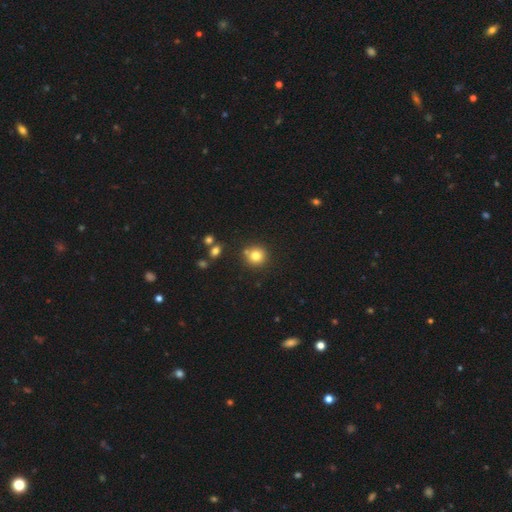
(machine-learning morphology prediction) smooth-or-featured: smooth: 80% | star or artifact: 12% | featured or disk: 8%
  how-rounded: round: 92% | in between: 7% | cigar-shaped: 1%
  merging: none: 77% | merger: 11% | minor disturbance: 10% | major disturbance: 3%